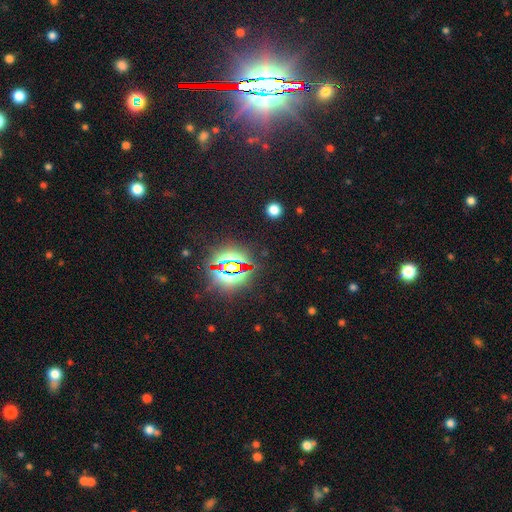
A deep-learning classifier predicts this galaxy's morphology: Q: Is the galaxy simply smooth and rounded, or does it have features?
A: star or artifact — 84%.